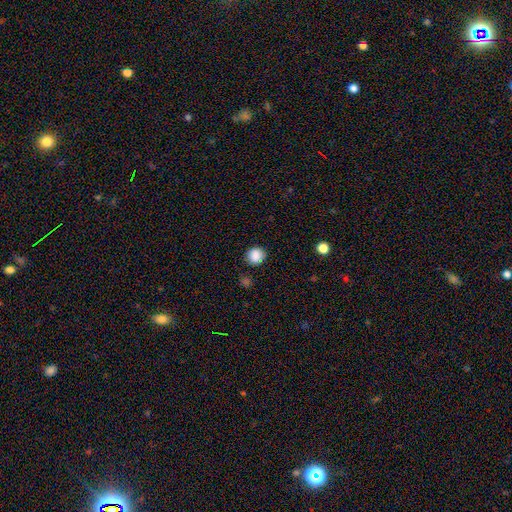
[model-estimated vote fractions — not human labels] A smooth galaxy with no disk features (86%) that is round (85%).

Vote fractions:
- Smooth or featured? smooth: 86% / star or artifact: 10% / featured or disk: 4%
- How rounded? round: 85% / in between: 14% / cigar-shaped: 1%
- Merging? none: 81% / minor disturbance: 13% / major disturbance: 3% / merger: 3%